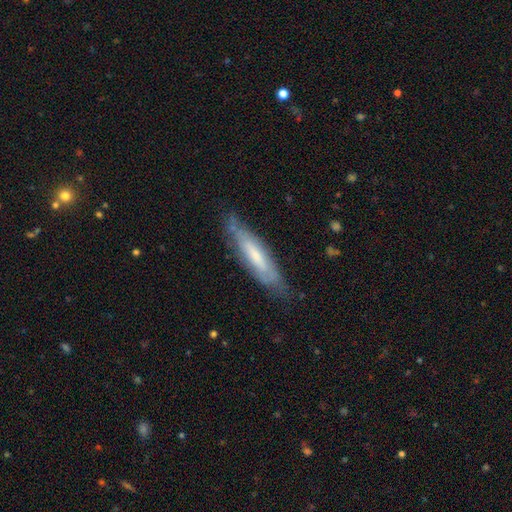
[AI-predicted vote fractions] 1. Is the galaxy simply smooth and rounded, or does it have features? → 51% featured or disk, 43% smooth, 6% star or artifact.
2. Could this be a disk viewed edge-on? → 55% yes, 45% no.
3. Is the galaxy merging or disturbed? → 69% none, 23% minor disturbance, 6% major disturbance, 2% merger.